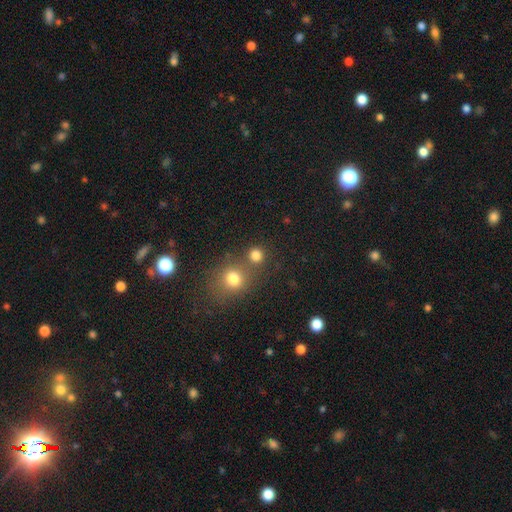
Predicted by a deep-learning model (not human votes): This appears to be a smooth galaxy with no disk features (76%) that is round (86%). Merging: none (65%).